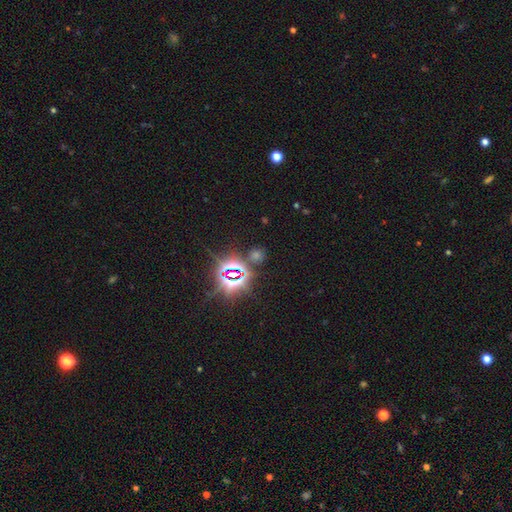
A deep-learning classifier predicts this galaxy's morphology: Q: Smooth or featured?
A: star or artifact (72%); runner-up: smooth (21%)